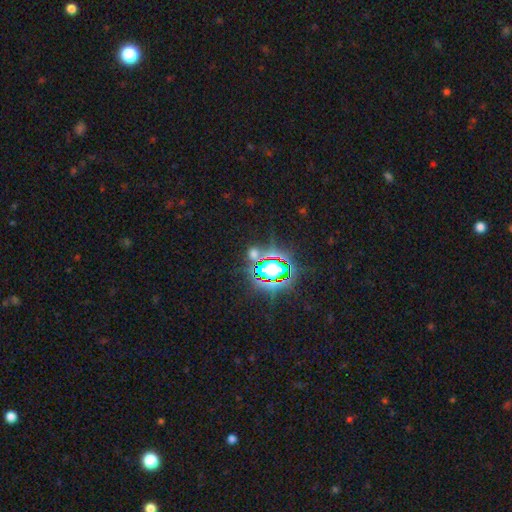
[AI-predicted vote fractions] Q: Smooth or featured?
A: star or artifact (74%); runner-up: smooth (17%)